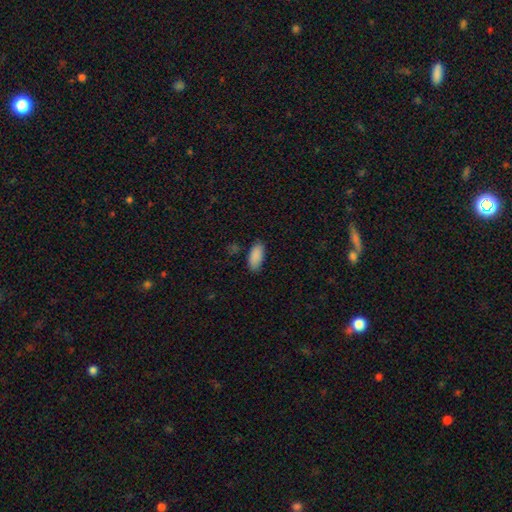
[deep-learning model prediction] The model was most divided on "merging": none: 83%, minor disturbance: 13%, major disturbance: 3%, merger: 2%. More confident: smooth or featured — smooth (89%); how rounded — in between (87%).